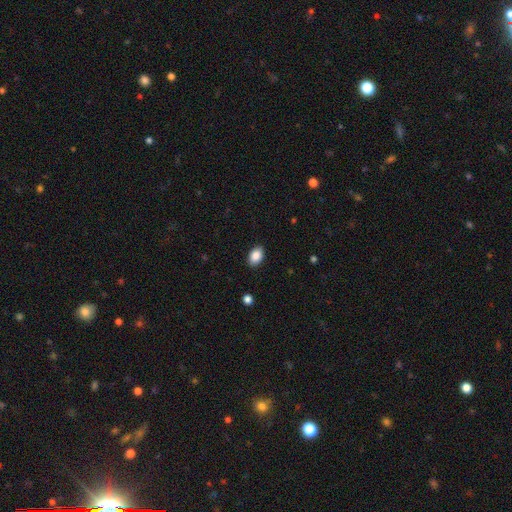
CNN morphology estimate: type=smooth (88%); roundness=in between (87%); merging=none (88%).